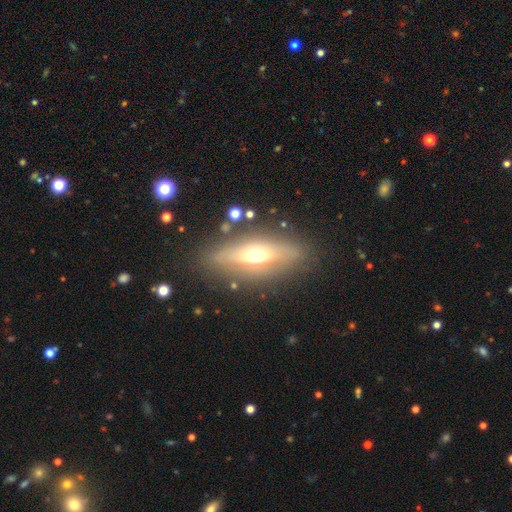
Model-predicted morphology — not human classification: This is possibly a featured or disk galaxy (56%). It is likely viewed edge-on (73%). Merging: clearly none (82%).